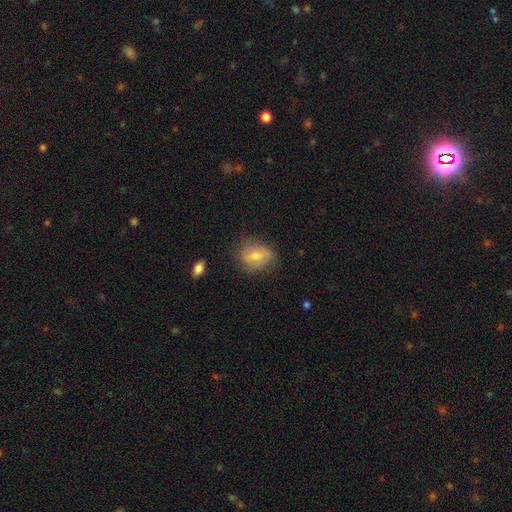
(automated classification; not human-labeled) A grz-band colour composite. It shows a smooth galaxy with no disk features (55%) that is in between round and cigar-shaped (50%). Merging: none (71%).